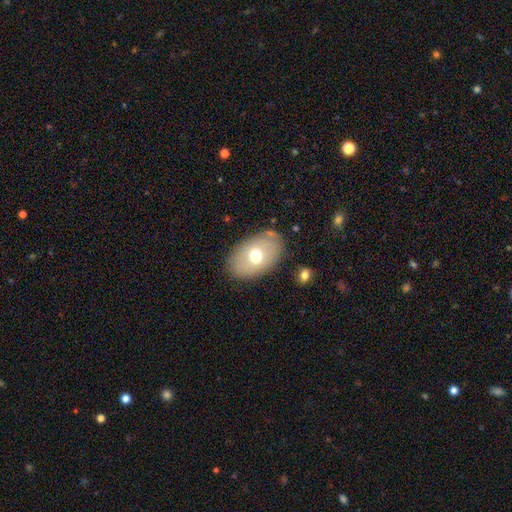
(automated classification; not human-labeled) This is likely a smooth galaxy (66%). How rounded: clearly in between (88%). Merging: clearly none (82%).